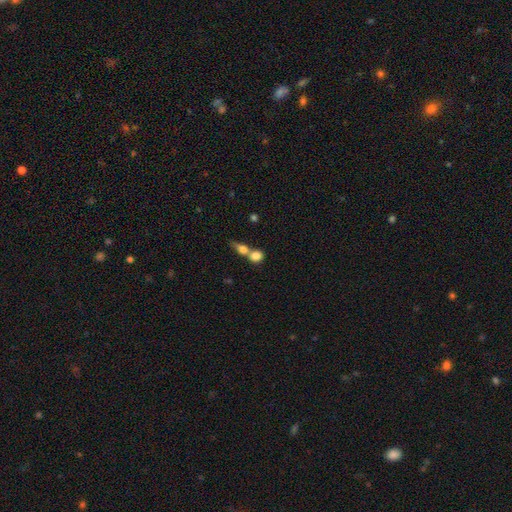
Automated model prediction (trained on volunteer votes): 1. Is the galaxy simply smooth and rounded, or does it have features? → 80% smooth, 12% featured or disk, 8% star or artifact.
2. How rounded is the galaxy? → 57% round, 39% in between, 4% cigar-shaped.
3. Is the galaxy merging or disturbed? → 63% merger, 27% none, 6% minor disturbance, 4% major disturbance.